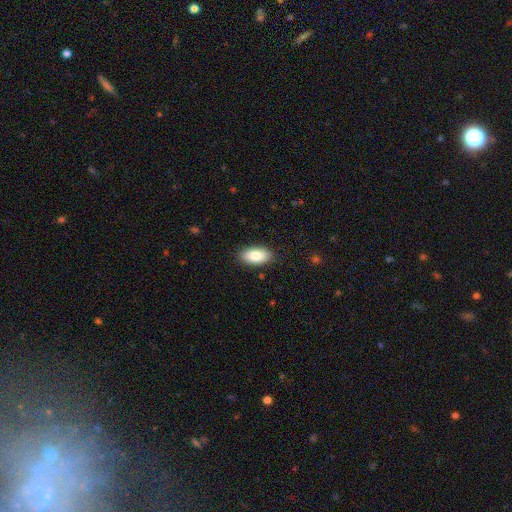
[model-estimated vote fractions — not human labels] Smooth or featured: smooth — 85% (featured or disk — 9%)
How rounded: in between — 93% (cigar-shaped — 4%)
Merging: none — 88% (minor disturbance — 9%)